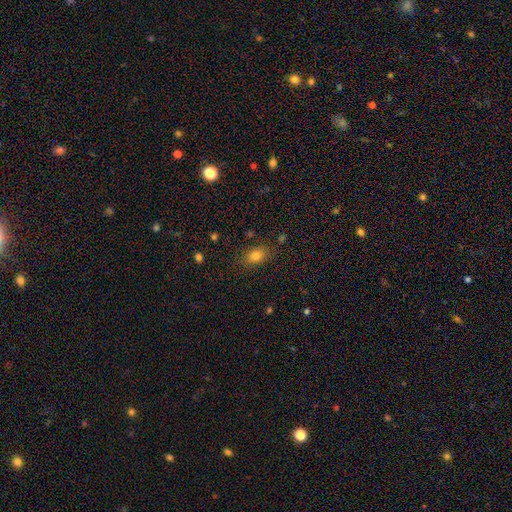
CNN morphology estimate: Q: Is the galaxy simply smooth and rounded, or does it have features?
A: smooth — 80%.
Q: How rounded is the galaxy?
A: in between — 74%.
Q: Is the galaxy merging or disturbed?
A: none — 81%.